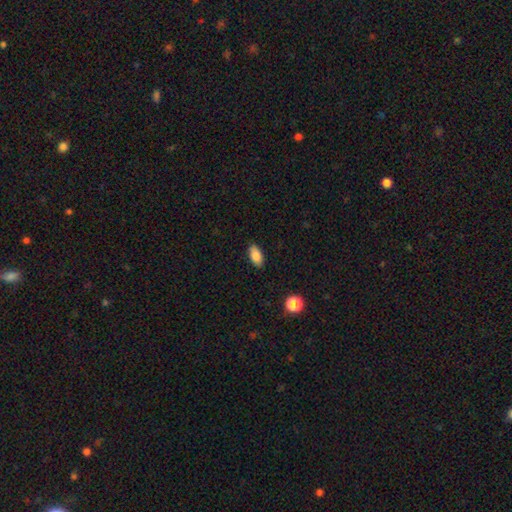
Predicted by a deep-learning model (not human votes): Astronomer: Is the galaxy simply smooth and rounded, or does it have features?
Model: smooth — 85%.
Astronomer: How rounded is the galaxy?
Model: in between — 90%.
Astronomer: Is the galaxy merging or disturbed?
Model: none — 88%.